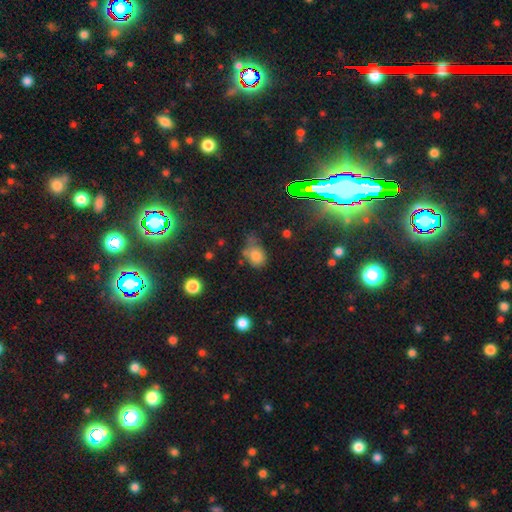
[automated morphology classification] Smooth or featured? Predicted: smooth (p=0.75). How rounded? Predicted: in between (p=0.54). Merging? Predicted: none (p=0.42).